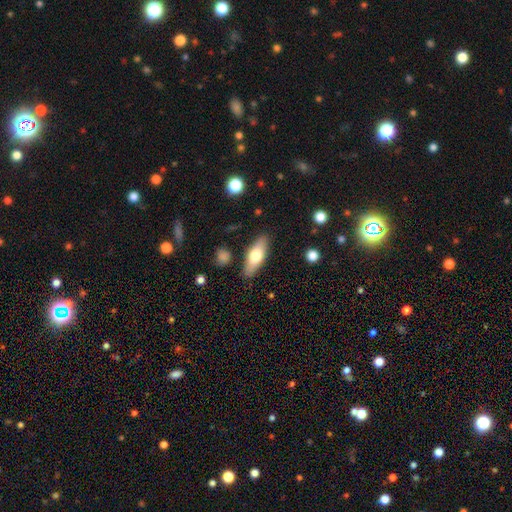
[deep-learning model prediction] A smooth galaxy with no disk features (61%) that is in between round and cigar-shaped (65%).

Vote fractions:
- Smooth or featured? smooth: 61% / featured or disk: 33% / star or artifact: 6%
- How rounded? in between: 65% / cigar-shaped: 33% / round: 3%
- Merging? none: 85% / minor disturbance: 10% / major disturbance: 2% / merger: 2%